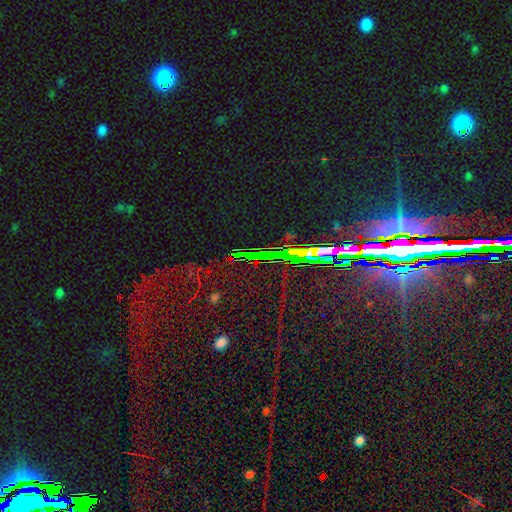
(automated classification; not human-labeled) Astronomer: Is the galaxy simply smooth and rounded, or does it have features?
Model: star or artifact — 82%.